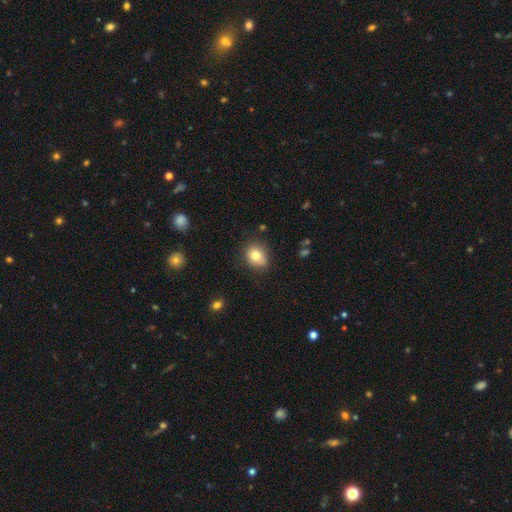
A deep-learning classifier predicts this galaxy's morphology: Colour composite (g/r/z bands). It shows a smooth galaxy with no disk features (78%) that is round (59%). Merging: none (75%).